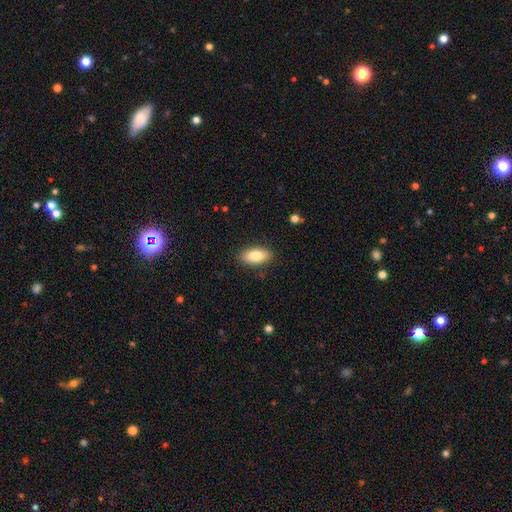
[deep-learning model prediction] Overall: smooth (82%). How rounded: in between (87%). Merging: none (88%).